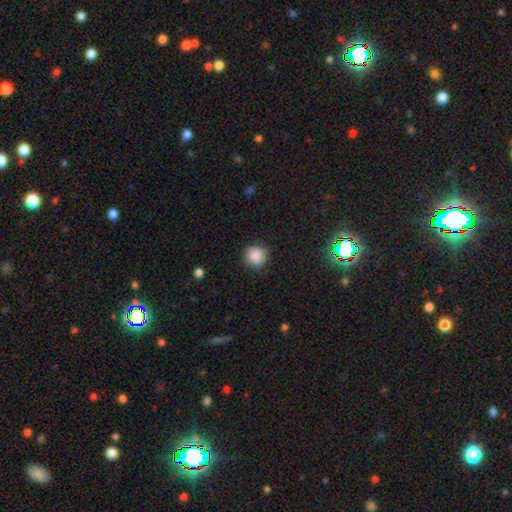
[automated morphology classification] A smooth galaxy with no disk features (87%) that is round (91%). Merging: none (83%).